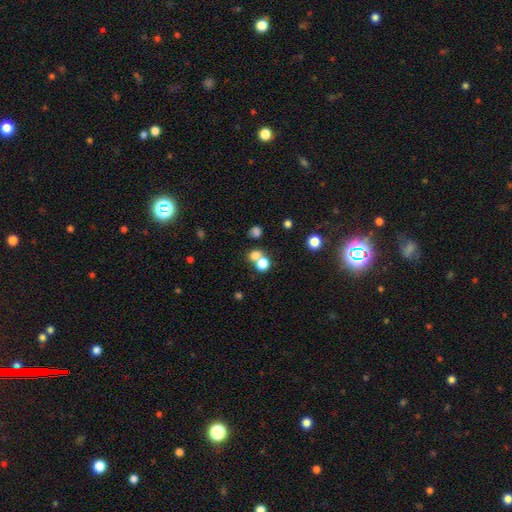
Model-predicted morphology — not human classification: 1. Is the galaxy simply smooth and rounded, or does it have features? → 73% smooth, 17% star or artifact, 10% featured or disk.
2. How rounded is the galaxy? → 76% round, 23% in between, 1% cigar-shaped.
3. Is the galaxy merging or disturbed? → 45% none, 44% merger, 7% minor disturbance, 4% major disturbance.